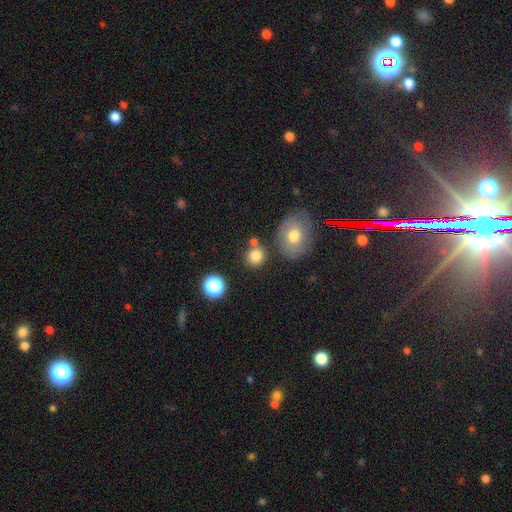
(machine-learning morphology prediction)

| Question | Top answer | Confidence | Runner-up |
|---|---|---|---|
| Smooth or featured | smooth | 81% | star or artifact (12%) |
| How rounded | round | 85% | in between (14%) |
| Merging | none | 74% | merger (13%) |